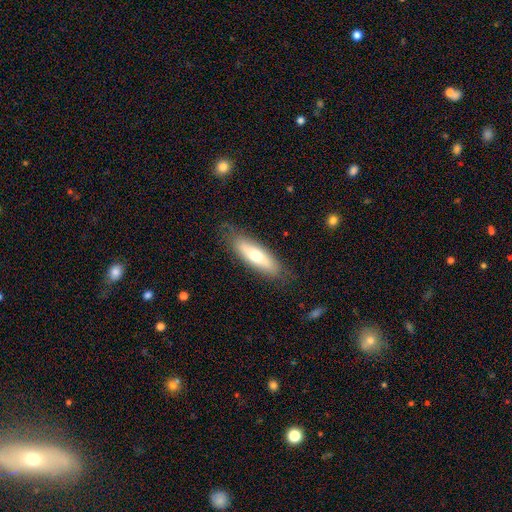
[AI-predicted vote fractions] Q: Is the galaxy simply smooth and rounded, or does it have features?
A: smooth — 59%.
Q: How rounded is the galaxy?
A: in between — 54%.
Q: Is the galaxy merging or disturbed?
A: none — 77%.